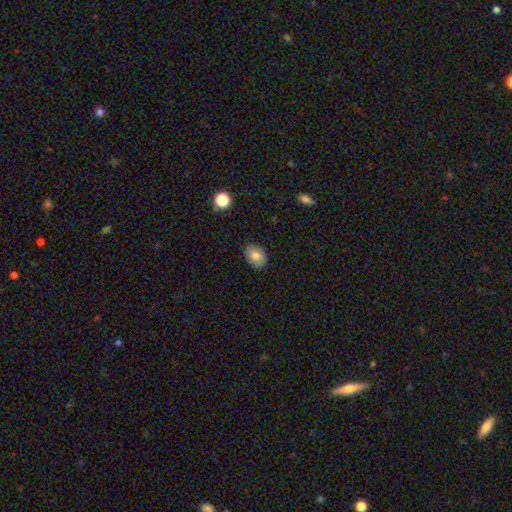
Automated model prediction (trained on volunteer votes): A smooth galaxy with no disk features (83%) that is in between round and cigar-shaped (68%). Merging: none (83%).